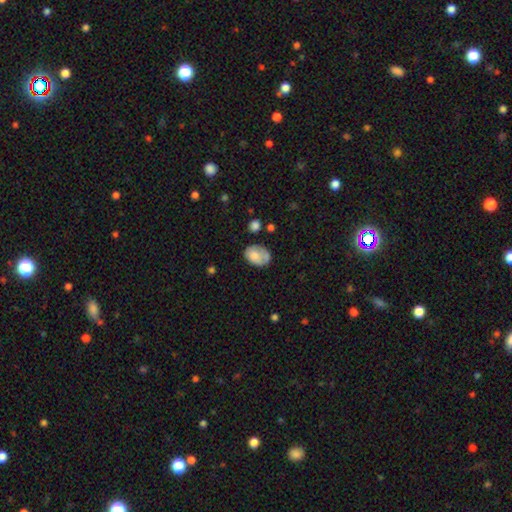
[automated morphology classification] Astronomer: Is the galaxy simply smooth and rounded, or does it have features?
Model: smooth — 74%.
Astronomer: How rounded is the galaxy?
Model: in between — 76%.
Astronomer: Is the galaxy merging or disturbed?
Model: none — 47% (runner-up: minor disturbance, 29%).